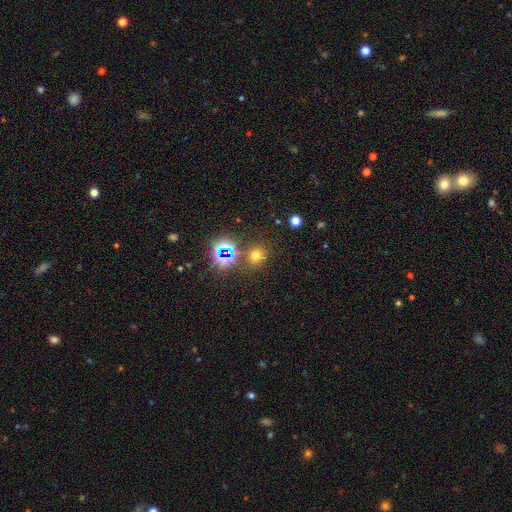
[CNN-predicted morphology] Smooth or featured? smooth (60%)
How rounded? round (79%)
Merging? none (80%)